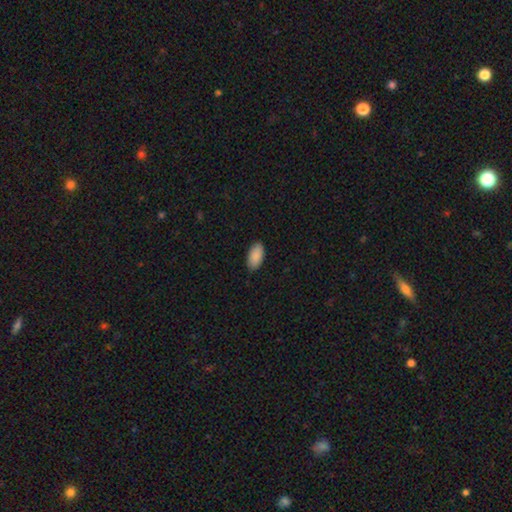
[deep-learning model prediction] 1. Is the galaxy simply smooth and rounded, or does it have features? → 90% smooth, 6% star or artifact, 4% featured or disk.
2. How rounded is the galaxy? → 95% in between, 3% cigar-shaped, 2% round.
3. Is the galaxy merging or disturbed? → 88% none, 10% minor disturbance, 2% major disturbance, 1% merger.